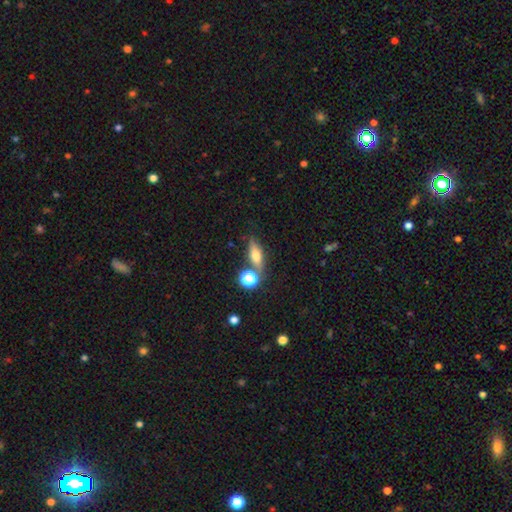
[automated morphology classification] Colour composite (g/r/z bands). It shows a smooth galaxy with no disk features (56%) that is in between round and cigar-shaped (52%). Merging: none (68%).